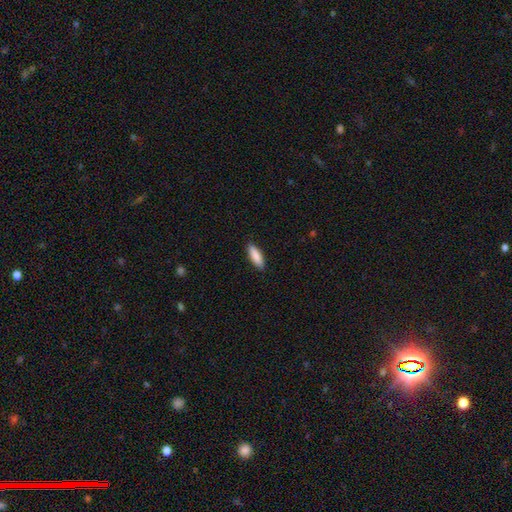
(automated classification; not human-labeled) The model was most divided on "how rounded": in between: 53%, cigar-shaped: 45%, round: 2%. More confident: merging — none (89%); smooth or featured — smooth (88%).